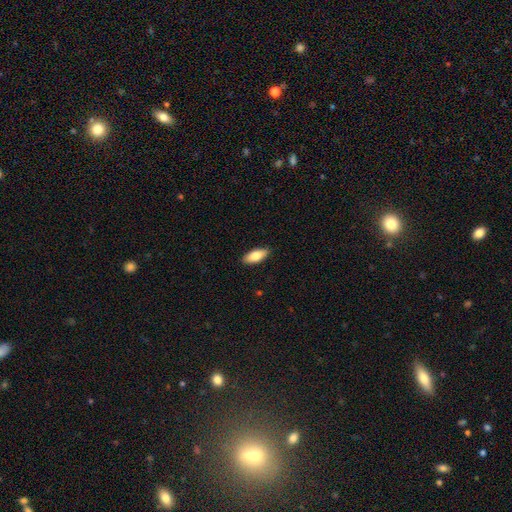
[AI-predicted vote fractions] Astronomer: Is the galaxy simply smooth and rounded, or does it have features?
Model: smooth — 81%.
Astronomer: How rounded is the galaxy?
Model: in between — 85%.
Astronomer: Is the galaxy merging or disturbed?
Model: none — 89%.